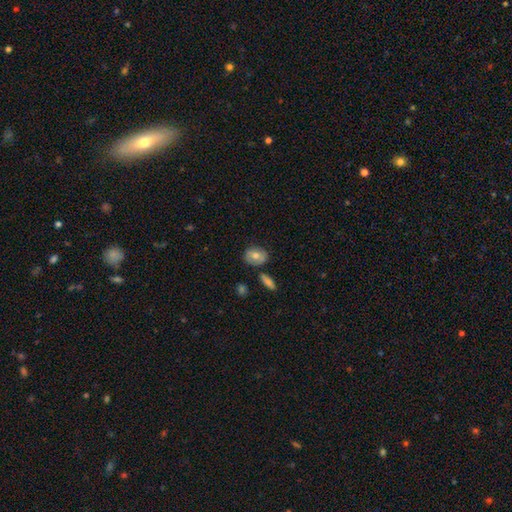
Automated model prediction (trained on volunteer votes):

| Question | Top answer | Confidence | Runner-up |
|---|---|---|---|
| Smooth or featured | smooth | 63% | featured or disk (30%) |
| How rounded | in between | 52% | round (46%) |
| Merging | none | 76% | minor disturbance (15%) |